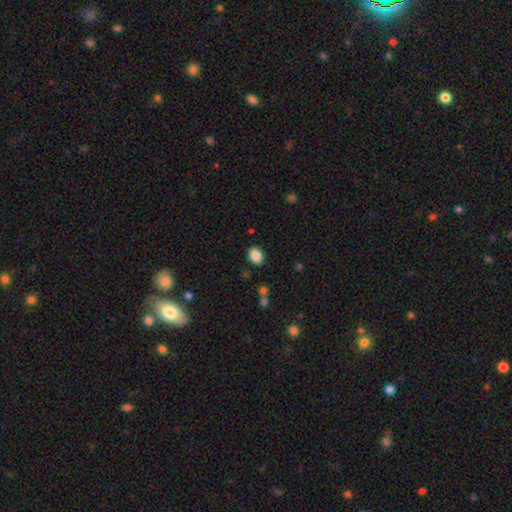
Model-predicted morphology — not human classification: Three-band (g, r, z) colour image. It shows a smooth galaxy with no disk features (87%) that is in between round and cigar-shaped (68%). Merging: none (87%).